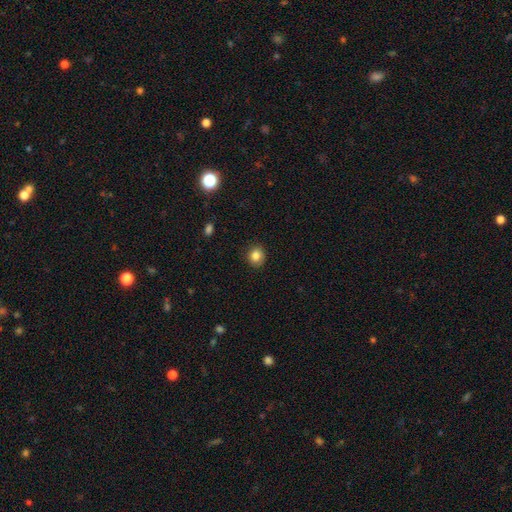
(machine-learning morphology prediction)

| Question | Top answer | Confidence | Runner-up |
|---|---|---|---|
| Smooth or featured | smooth | 84% | star or artifact (10%) |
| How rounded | round | 83% | in between (16%) |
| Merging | none | 88% | minor disturbance (9%) |